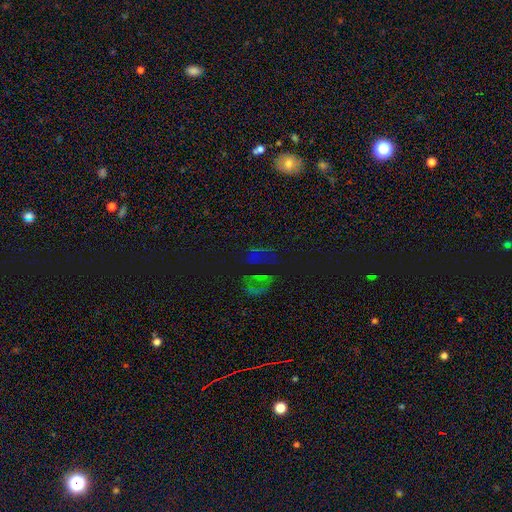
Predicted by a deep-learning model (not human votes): Smooth or featured? star or artifact (58%)